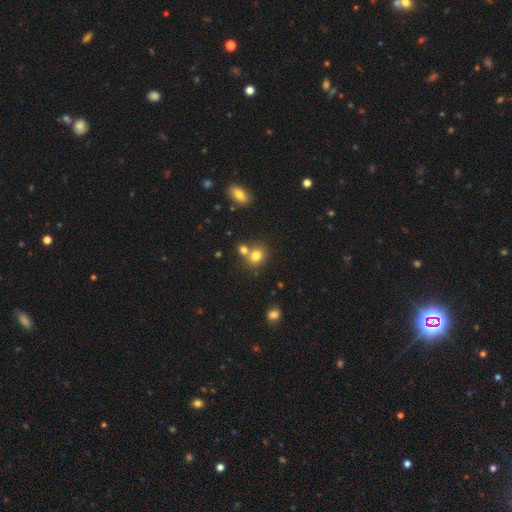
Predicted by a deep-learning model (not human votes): smooth 78%, star or artifact 13%, featured or disk 9%. Down the decision tree: how rounded — round (67%); merging — none (52%).